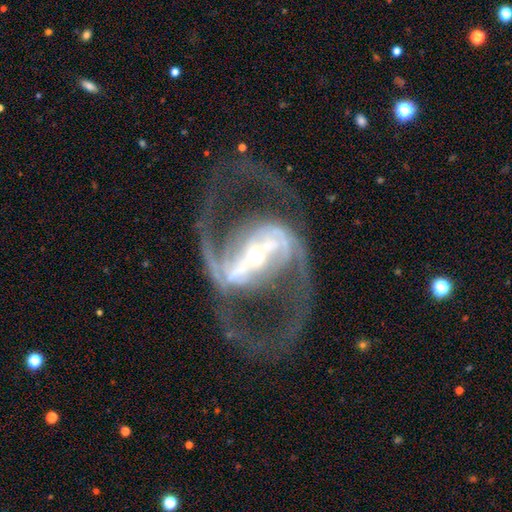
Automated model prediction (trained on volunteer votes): Smooth or featured? featured or disk (92%)
Edge-on disk? no (96%)
Bar? strong (75%)
Spiral arms? yes (95%)
Spiral winding? medium (59%)
Spiral arm count? 2 (93%)
Bulge size? moderate (45%, tied with small)
Merging? none (70%)